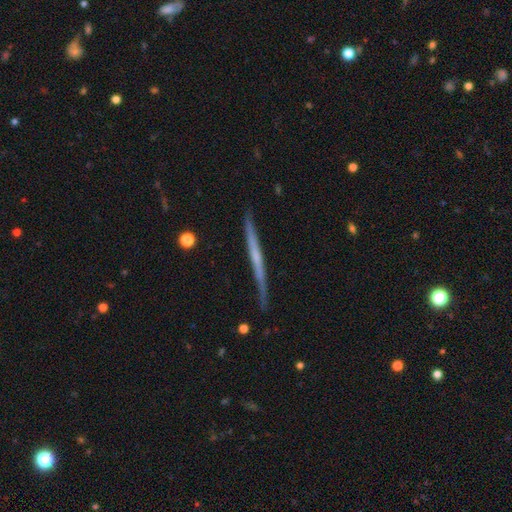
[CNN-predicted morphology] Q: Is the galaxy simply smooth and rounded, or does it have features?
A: featured or disk — 63%.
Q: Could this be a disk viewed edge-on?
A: yes — 96%.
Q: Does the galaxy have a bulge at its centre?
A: none — 78%.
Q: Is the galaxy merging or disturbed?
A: none — 82%.